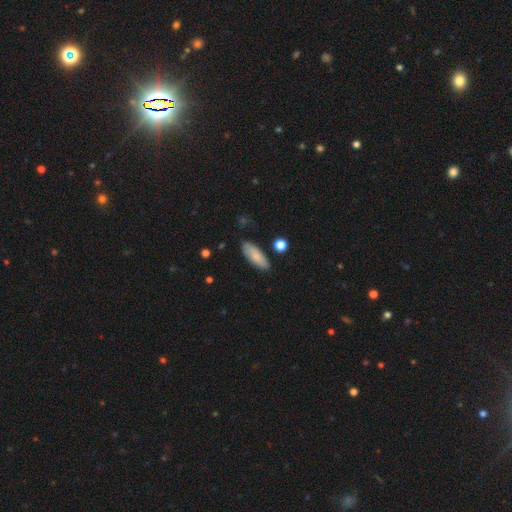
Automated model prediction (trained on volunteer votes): This is likely a smooth galaxy (79%). How rounded: likely in between (74%). Merging: clearly none (82%).